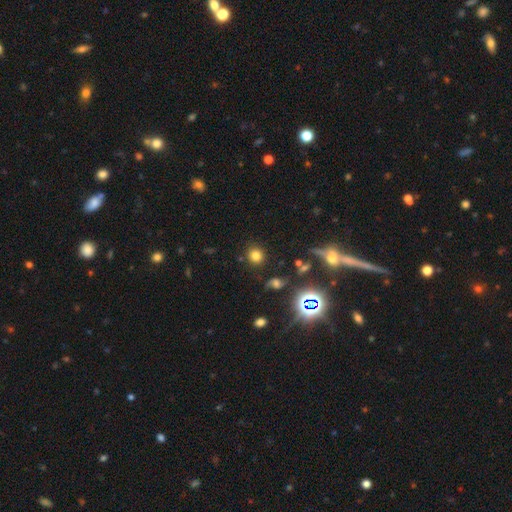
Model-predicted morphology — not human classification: Smooth or featured? smooth (74%)
How rounded? round (87%)
Merging? none (85%)